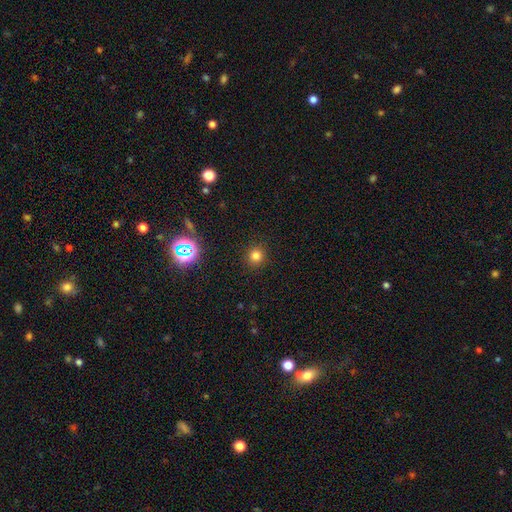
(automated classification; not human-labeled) A smooth galaxy with no disk features (78%) that is round (92%). Merging: none (91%).